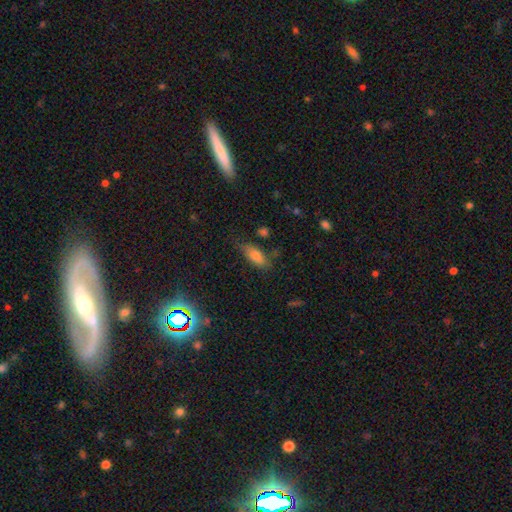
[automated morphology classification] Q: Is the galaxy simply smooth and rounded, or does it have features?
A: smooth — 72%.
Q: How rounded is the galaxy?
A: in between — 74%.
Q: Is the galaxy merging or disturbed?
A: none — 63%.